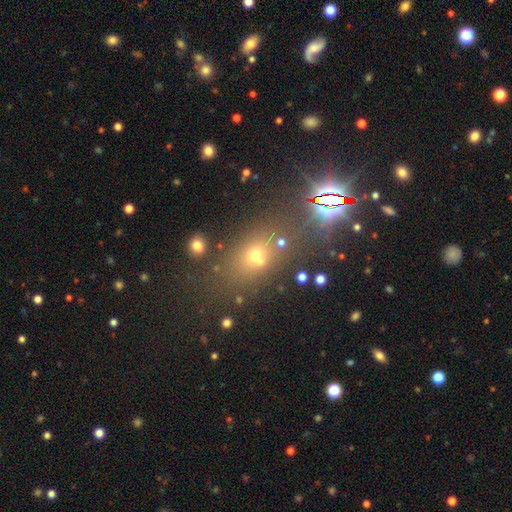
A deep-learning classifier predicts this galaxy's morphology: Smooth or featured?
  - smooth: 46% *
  - star or artifact: 38%
  - featured or disk: 16%
Merging?
  - none: 58% *
  - merger: 23%
  - minor disturbance: 12%
  - major disturbance: 7%